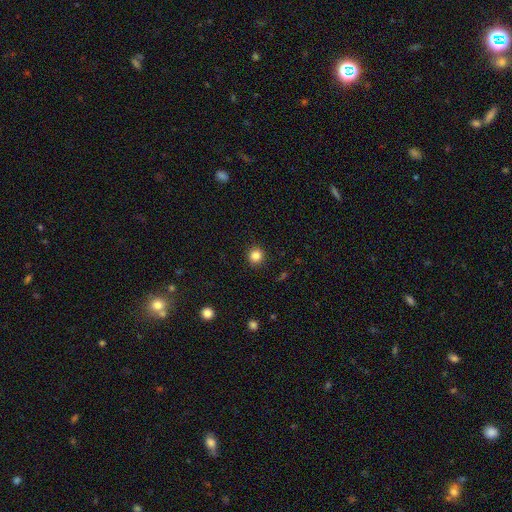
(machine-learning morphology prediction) A smooth galaxy with no disk features (84%) that is round (92%). Merging: none (91%).